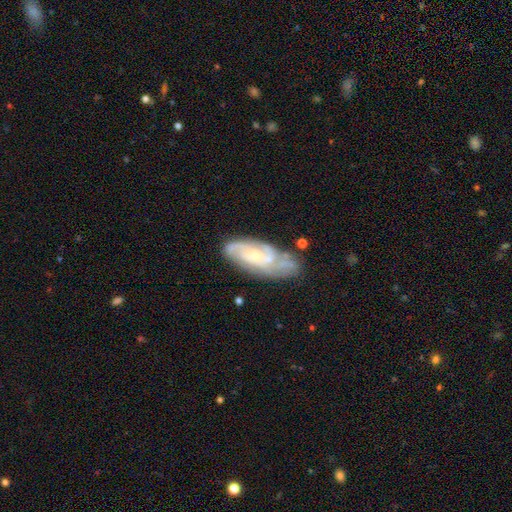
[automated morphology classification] Overall: featured or disk (77%). Edge-on disk: no (92%). Bar: no (65%; weak 29%). Spiral arms: yes (93%). Spiral arm count: can't tell (33%; 3 25%). Spiral winding: tight (57%; medium 35%). Bulge size: small (63%; moderate 28%). Merging: none (69%).